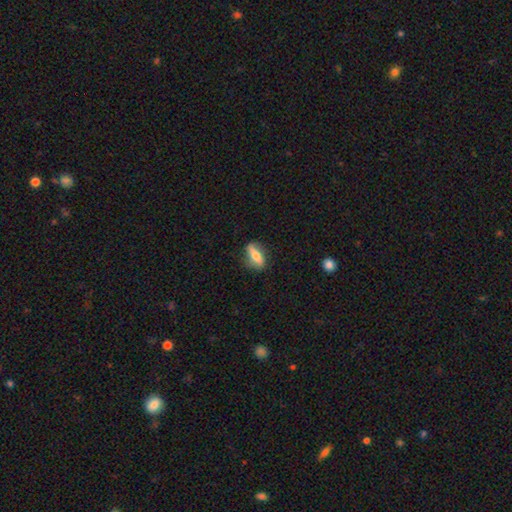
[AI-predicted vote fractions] This appears to be a smooth galaxy with no disk features (52%) that is in between round and cigar-shaped (61%). Merging: none (76%).